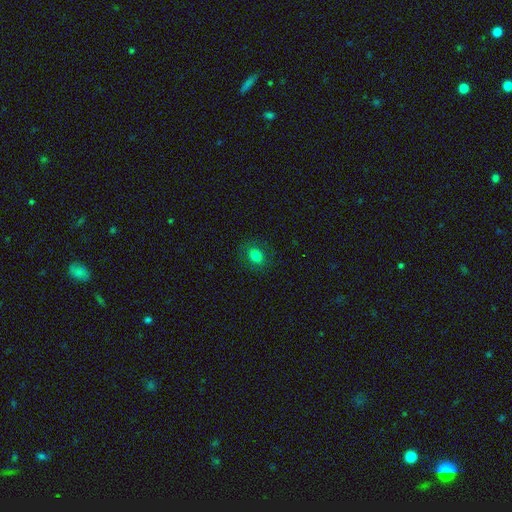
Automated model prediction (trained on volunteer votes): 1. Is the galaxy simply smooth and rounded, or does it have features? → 79% smooth, 13% star or artifact, 9% featured or disk.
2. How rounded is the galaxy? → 61% round, 38% in between, 1% cigar-shaped.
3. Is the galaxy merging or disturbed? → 84% none, 11% minor disturbance, 4% major disturbance, 1% merger.